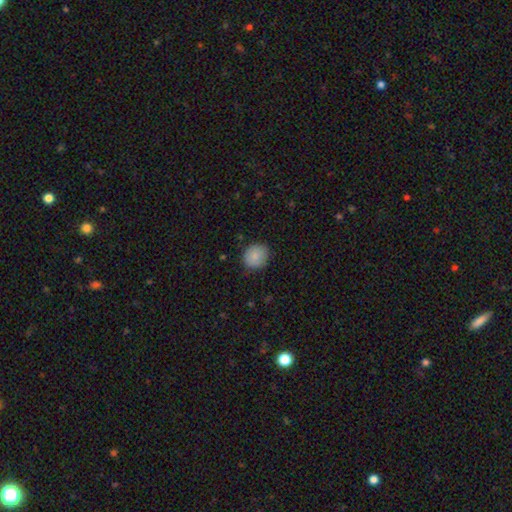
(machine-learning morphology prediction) This appears to be a smooth galaxy with no disk features (85%) that is round (78%). Merging: none (83%).